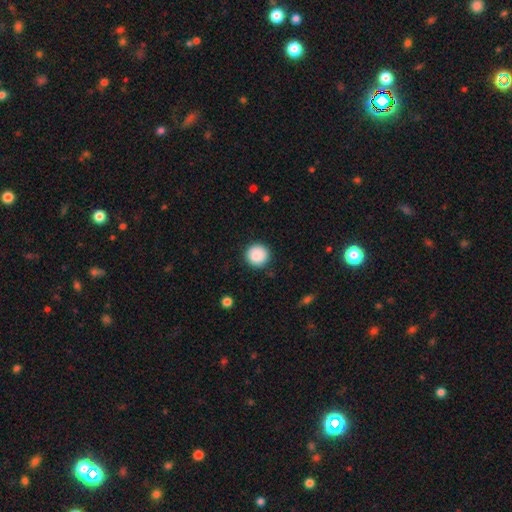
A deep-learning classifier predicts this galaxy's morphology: type=smooth (88%); roundness=round (95%); merging=none (91%).